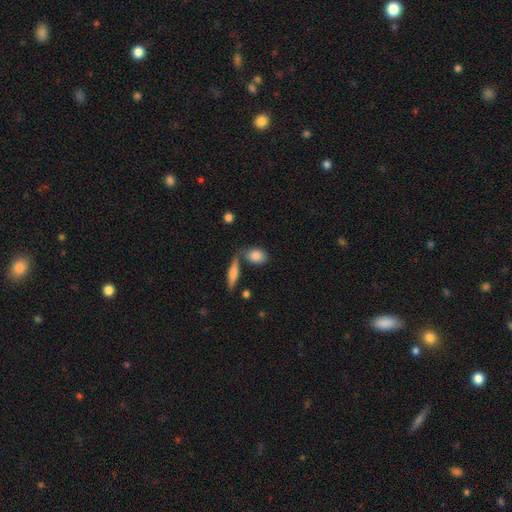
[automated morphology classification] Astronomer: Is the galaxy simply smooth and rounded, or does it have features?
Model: smooth — 82%.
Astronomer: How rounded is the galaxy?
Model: in between — 71%.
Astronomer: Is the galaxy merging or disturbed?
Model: none — 63%.